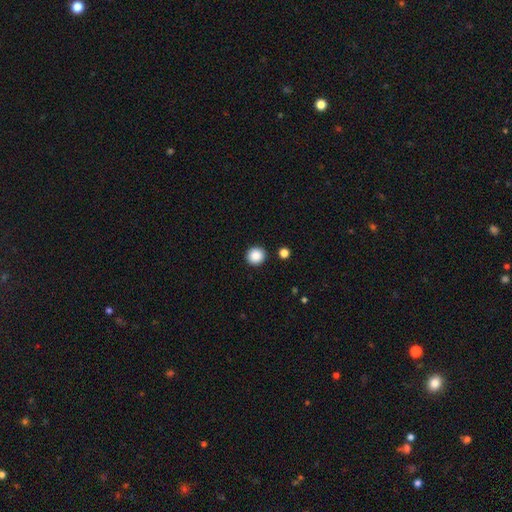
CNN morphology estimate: This appears to be a smooth galaxy with no disk features (88%) that is round (94%). Merging: none (91%).